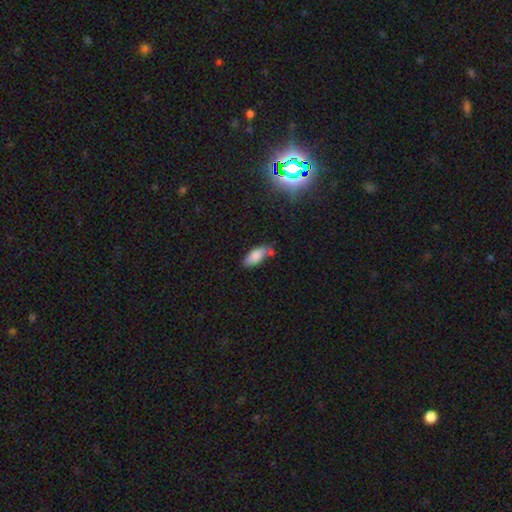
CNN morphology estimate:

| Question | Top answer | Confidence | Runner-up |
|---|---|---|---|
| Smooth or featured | smooth | 82% | featured or disk (10%) |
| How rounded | in between | 83% | cigar-shaped (15%) |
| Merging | none | 58% | minor disturbance (25%) |